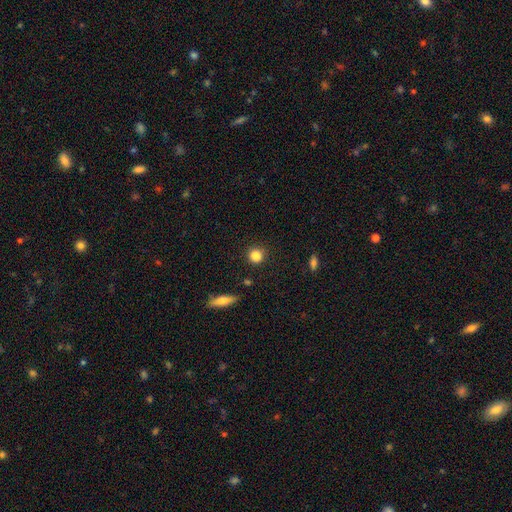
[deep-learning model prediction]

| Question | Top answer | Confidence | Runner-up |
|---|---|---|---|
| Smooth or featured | smooth | 85% | star or artifact (10%) |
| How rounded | round | 89% | in between (9%) |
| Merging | none | 87% | minor disturbance (9%) |